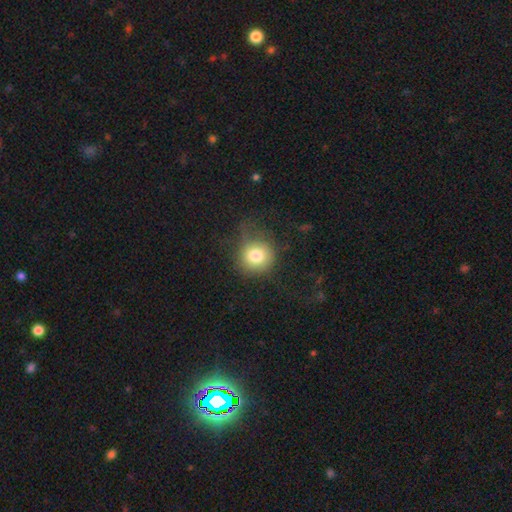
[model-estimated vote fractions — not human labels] Smooth or featured?
  - smooth: 78% *
  - star or artifact: 12%
  - featured or disk: 10%
How rounded?
  - round: 90% *
  - in between: 9%
  - cigar-shaped: 1%
Merging?
  - none: 65% *
  - minor disturbance: 21%
  - major disturbance: 12%
  - merger: 1%